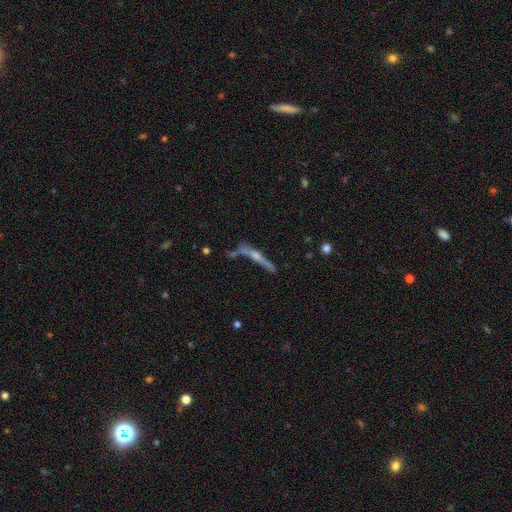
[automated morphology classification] Smooth or featured? featured or disk (69%)
Edge-on disk? yes (93%)
Edge-on bulge? rounded (81%)
Merging? none (60%)